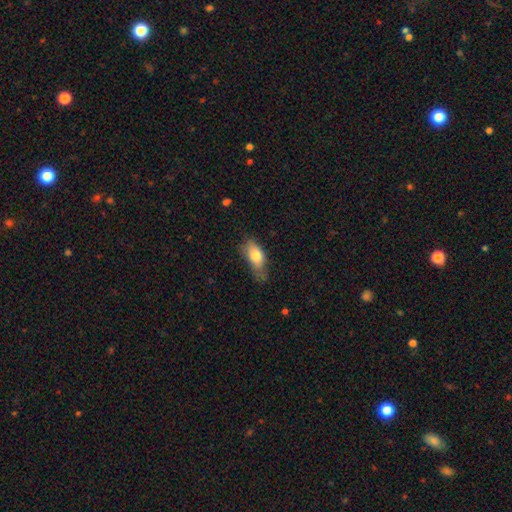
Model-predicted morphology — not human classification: Smooth or featured? Predicted: smooth (p=0.75). How rounded? Predicted: in between (p=0.84). Merging? Predicted: none (p=0.43).